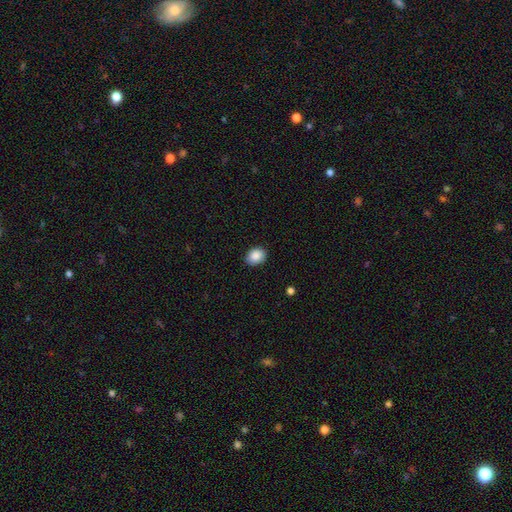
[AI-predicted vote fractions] Morphology: type=smooth (88%); roundness=in between (51%); merging=none (86%).